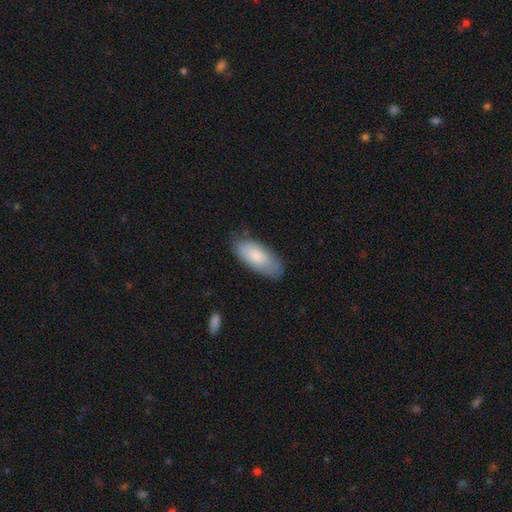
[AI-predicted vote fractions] Smooth or featured: smooth — 80% (featured or disk — 14%)
How rounded: in between — 87% (cigar-shaped — 11%)
Merging: none — 74% (minor disturbance — 21%)